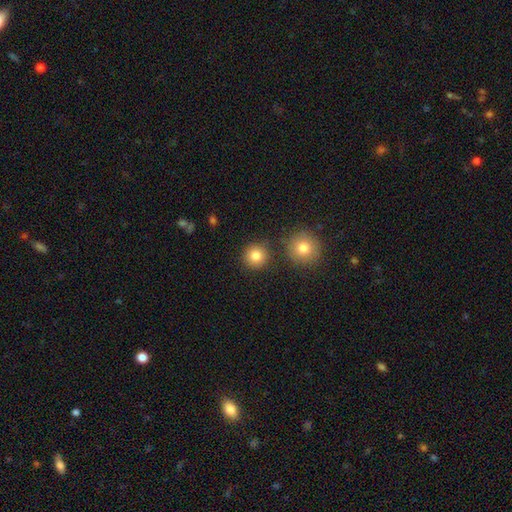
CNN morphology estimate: type=smooth (83%); roundness=round (93%); merging=none (82%).